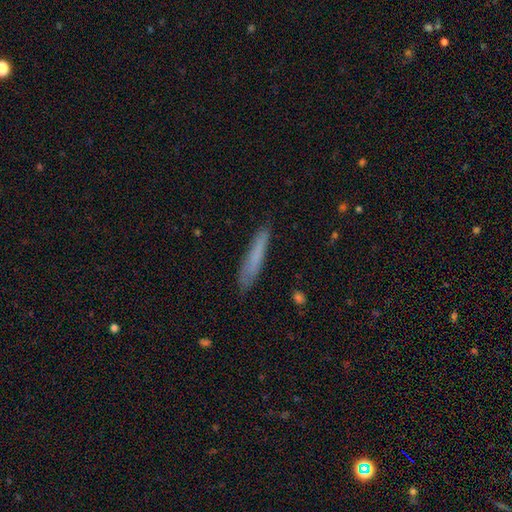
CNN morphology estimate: smooth_or_featured: smooth (p=0.71) [alt: featured or disk p=0.21]
how_rounded: cigar-shaped (p=0.92) [alt: in between p=0.06]
merging: none (p=0.83) [alt: minor disturbance p=0.13]